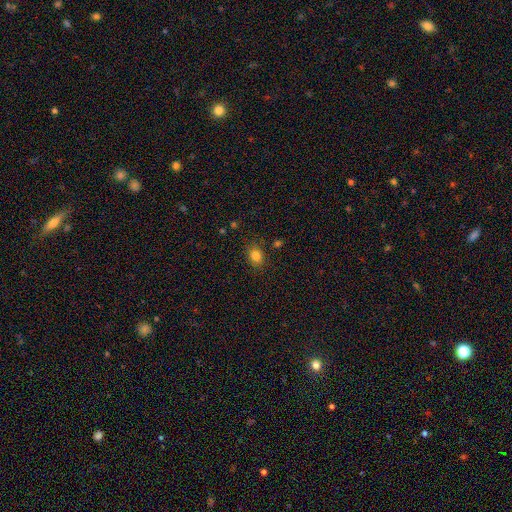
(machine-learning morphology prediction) Q: Smooth or featured?
A: smooth (82%); runner-up: star or artifact (12%)
Q: How rounded?
A: round (56%); runner-up: in between (43%)
Q: Merging?
A: none (84%); runner-up: minor disturbance (11%)